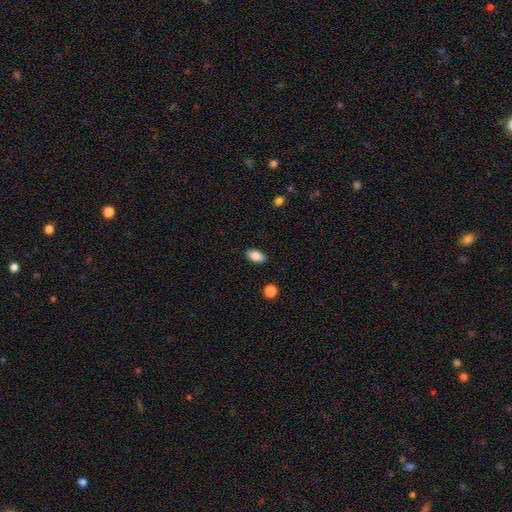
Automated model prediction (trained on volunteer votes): A smooth galaxy with no disk features (84%) that is in between round and cigar-shaped (92%).

Vote fractions:
- Smooth or featured? smooth: 84% / featured or disk: 9% / star or artifact: 7%
- How rounded? in between: 92% / cigar-shaped: 4% / round: 4%
- Merging? none: 88% / minor disturbance: 9% / major disturbance: 2% / merger: 1%